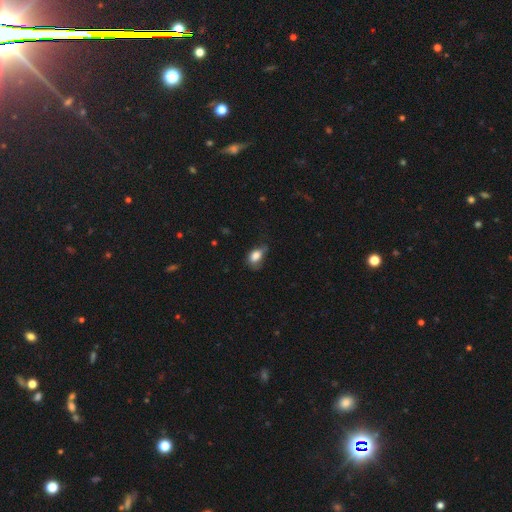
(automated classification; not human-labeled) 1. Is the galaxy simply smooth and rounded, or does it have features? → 79% smooth, 12% featured or disk, 9% star or artifact.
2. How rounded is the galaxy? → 80% in between, 18% round, 2% cigar-shaped.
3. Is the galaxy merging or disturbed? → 38% minor disturbance, 36% none, 24% major disturbance, 2% merger.